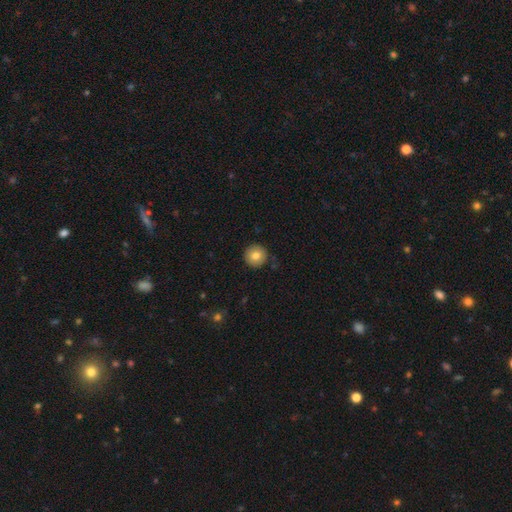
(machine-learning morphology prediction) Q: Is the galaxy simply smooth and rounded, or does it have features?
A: smooth — 79%.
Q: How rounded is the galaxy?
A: round — 96%.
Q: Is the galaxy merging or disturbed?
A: none — 90%.